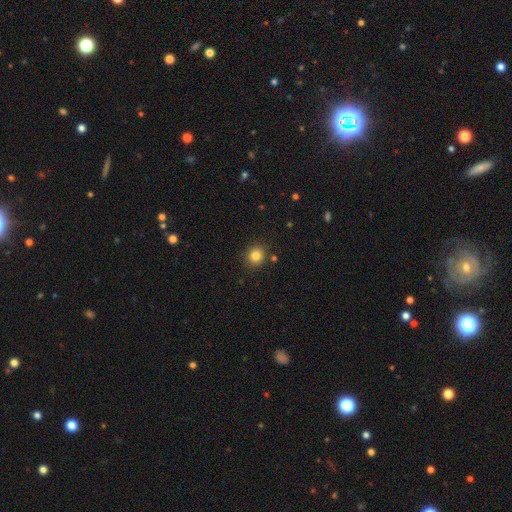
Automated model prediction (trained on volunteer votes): smooth 83%, star or artifact 12%, featured or disk 5%. Down the decision tree: how rounded — round (85%); merging — none (88%).